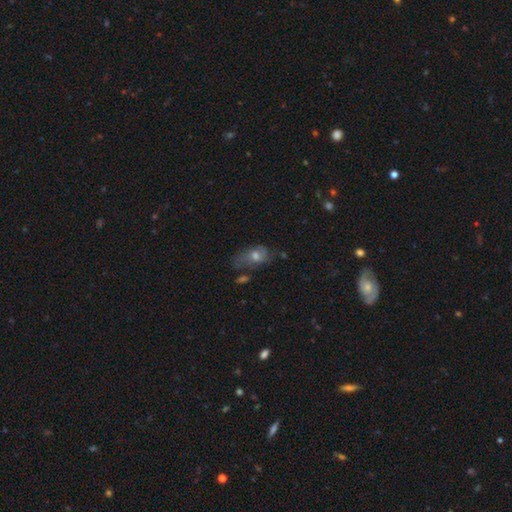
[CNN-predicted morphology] Smooth or featured: smooth — 48% (featured or disk — 37%)
Merging: none — 50% (minor disturbance — 27%)